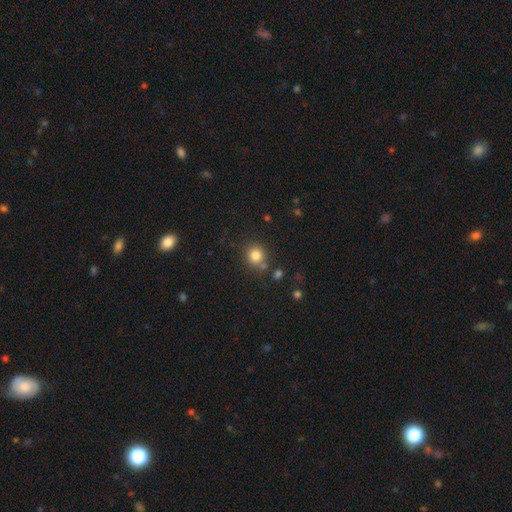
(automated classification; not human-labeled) Smooth or featured? smooth (82%)
How rounded? round (86%)
Merging? none (76%)